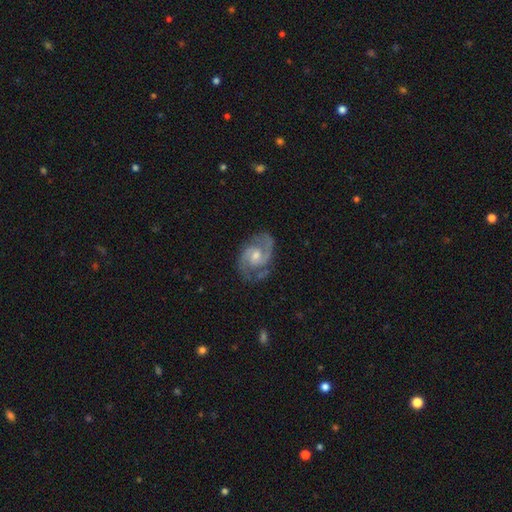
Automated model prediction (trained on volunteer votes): Morphology: type=featured or disk (91%); edge-on=no (98%); bar=no (48%); spiral arms=yes (98%); winding=medium (58%); arm count=2 (90%); bulge=moderate (53%); merging=none (79%).